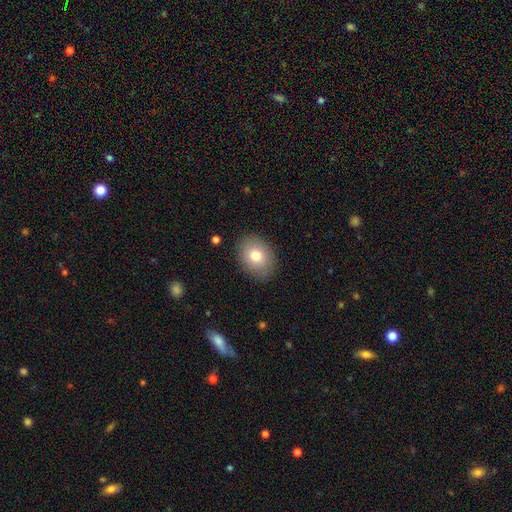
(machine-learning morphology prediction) smooth-or-featured: smooth: 77% | featured or disk: 14% | star or artifact: 9%
  how-rounded: in between: 64% | round: 35% | cigar-shaped: 1%
  merging: none: 87% | minor disturbance: 9% | major disturbance: 3% | merger: 1%